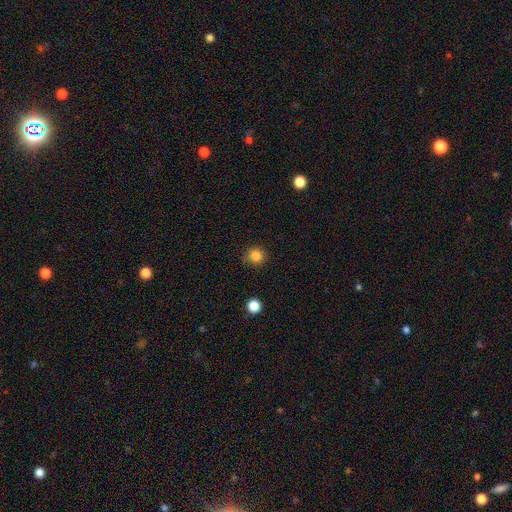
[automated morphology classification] Overall: smooth (85%). How rounded: round (89%). Merging: none (83%).